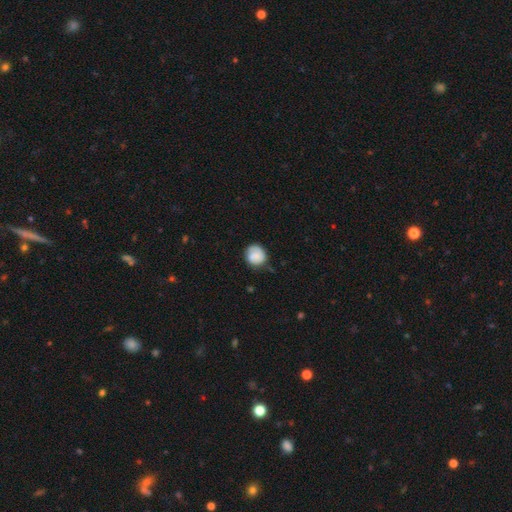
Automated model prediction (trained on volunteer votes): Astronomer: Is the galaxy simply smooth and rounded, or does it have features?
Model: smooth — 72%.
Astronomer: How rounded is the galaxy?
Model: round — 83%.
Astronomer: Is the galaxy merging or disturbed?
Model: none — 67%.